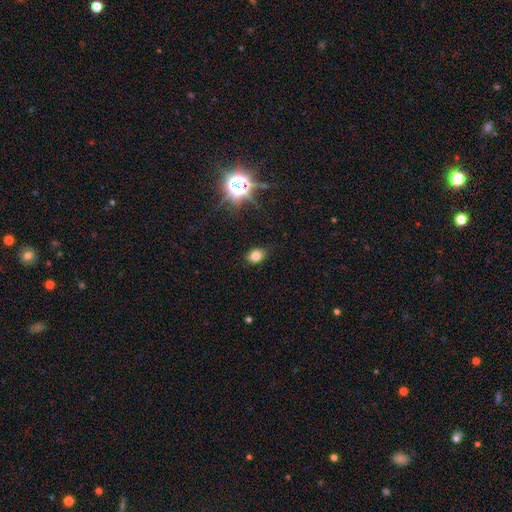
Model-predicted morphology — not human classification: type=smooth (75%); roundness=in between (61%); merging=none (83%).